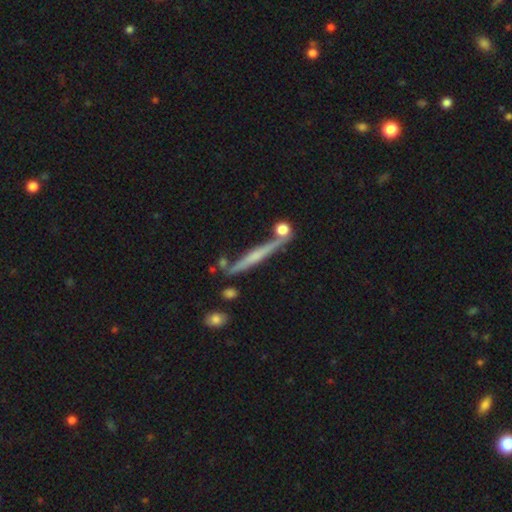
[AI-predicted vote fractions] The model was most divided on "edge-on bulge": rounded: 49%, none: 38%, boxy: 13%. More confident: edge-on disk — yes (96%); merging — none (76%); smooth or featured — featured or disk (66%).